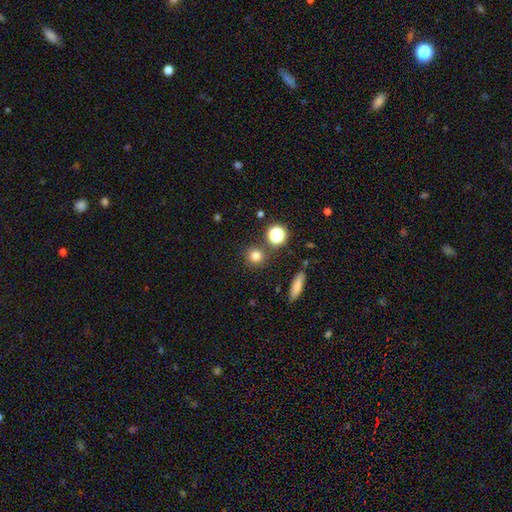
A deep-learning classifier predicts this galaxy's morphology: A smooth galaxy with no disk features (76%) that is round (91%). Merging: none (84%).